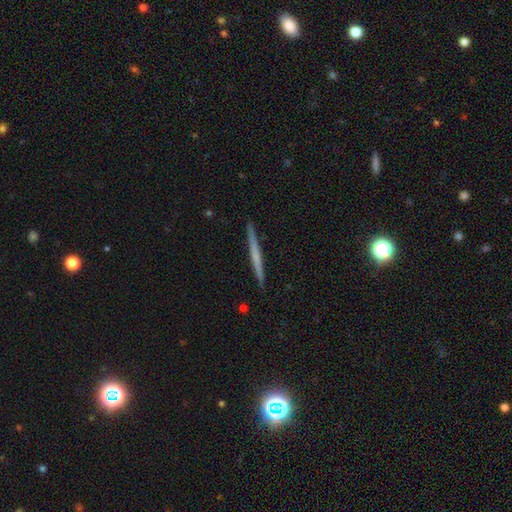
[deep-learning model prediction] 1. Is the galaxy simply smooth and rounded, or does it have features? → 53% featured or disk, 41% smooth, 6% star or artifact.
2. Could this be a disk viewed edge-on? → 98% yes, 2% no.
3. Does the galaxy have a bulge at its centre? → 82% none, 13% rounded, 6% boxy.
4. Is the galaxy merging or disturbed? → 92% none, 6% minor disturbance, 1% major disturbance, 1% merger.